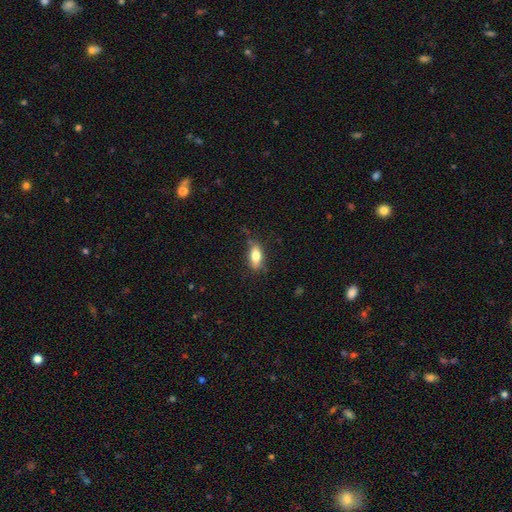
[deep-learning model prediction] This is likely a smooth galaxy (77%). How rounded: clearly in between (84%). Merging: likely none (76%).